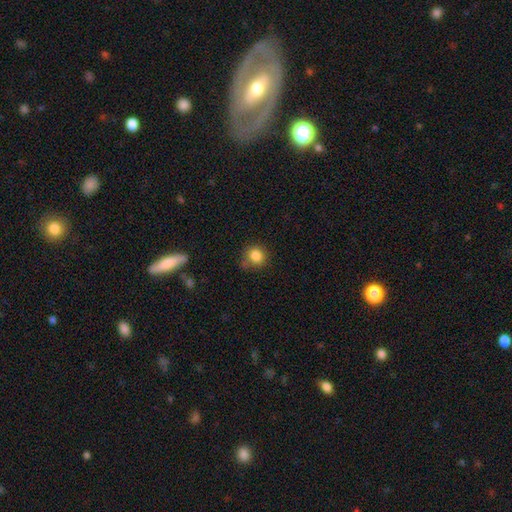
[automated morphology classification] Smooth or featured? Predicted: smooth (p=0.84). How rounded? Predicted: round (p=0.86). Merging? Predicted: none (p=0.72).